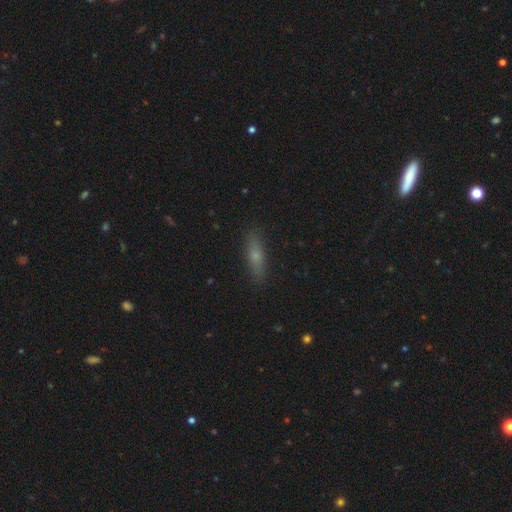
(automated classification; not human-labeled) This is likely a smooth galaxy (63%). How rounded: likely cigar-shaped (65%). Merging: clearly none (87%).